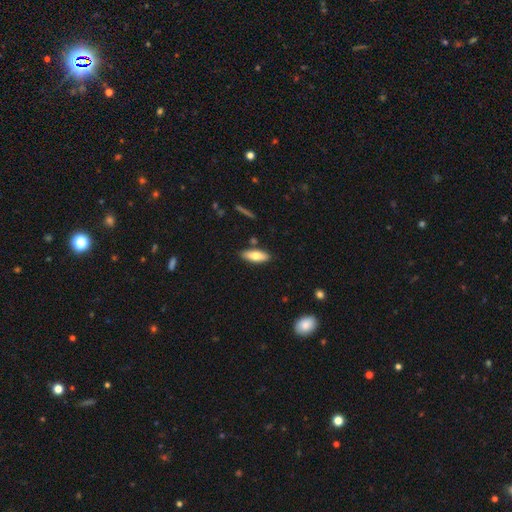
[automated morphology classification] type=smooth (73%); roundness=in between (72%); merging=none (84%).